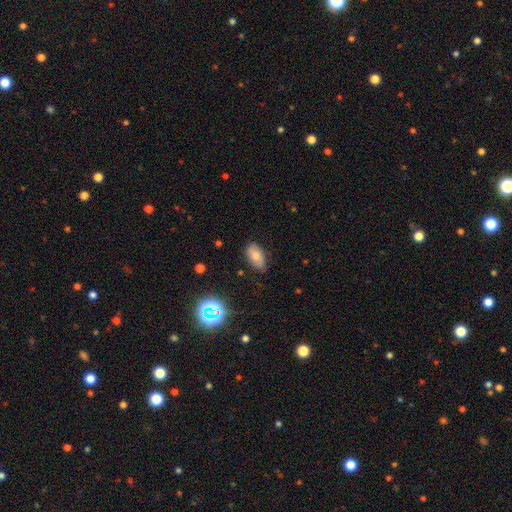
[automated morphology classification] Smooth or featured? smooth (69%)
How rounded? in between (92%)
Merging? none (73%)